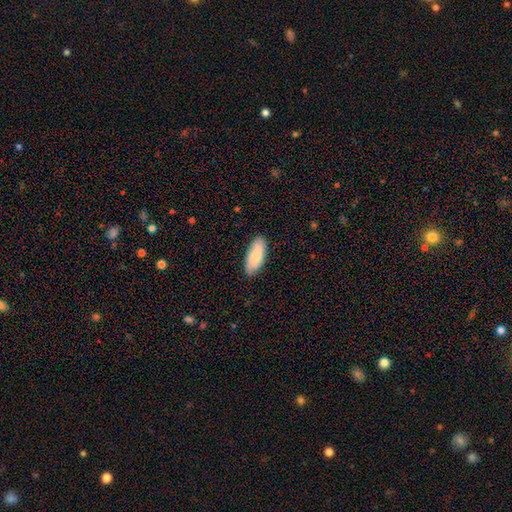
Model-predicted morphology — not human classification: A smooth galaxy with no disk features (81%) that is in between round and cigar-shaped (85%).

Vote fractions:
- Smooth or featured? smooth: 81% / featured or disk: 14% / star or artifact: 6%
- How rounded? in between: 85% / cigar-shaped: 13% / round: 2%
- Merging? none: 85% / minor disturbance: 12% / major disturbance: 2% / merger: 1%